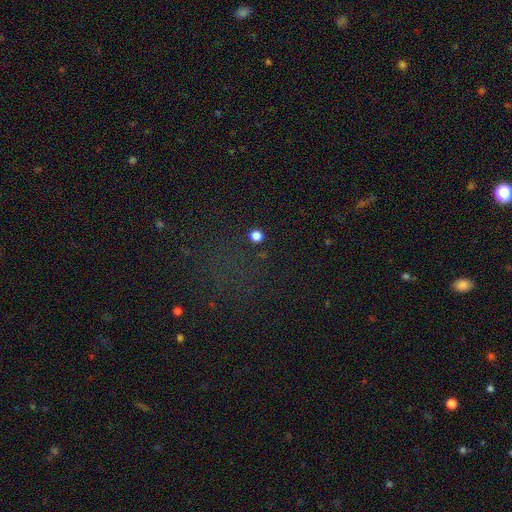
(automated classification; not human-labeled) smooth_or_featured: star or artifact (p=0.59) [alt: smooth p=0.29]